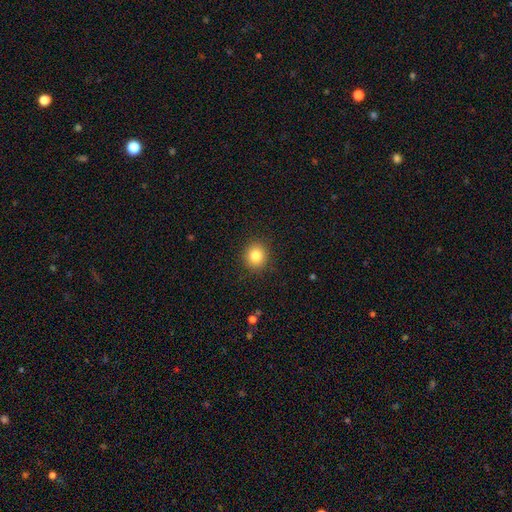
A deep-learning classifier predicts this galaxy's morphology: type=smooth (83%); roundness=round (86%); merging=none (90%).